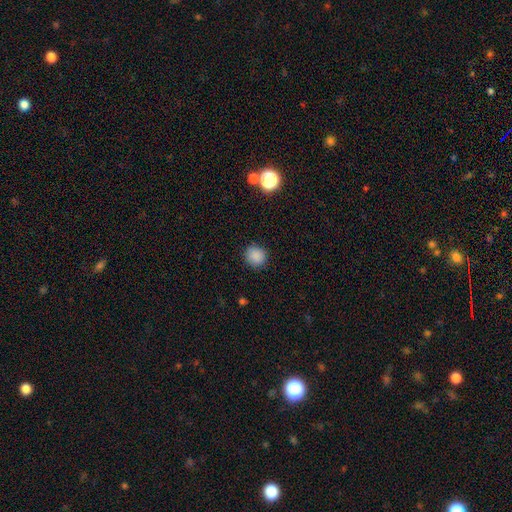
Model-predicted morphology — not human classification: Smooth or featured? Predicted: smooth (p=0.86). How rounded? Predicted: round (p=0.89). Merging? Predicted: none (p=0.89).